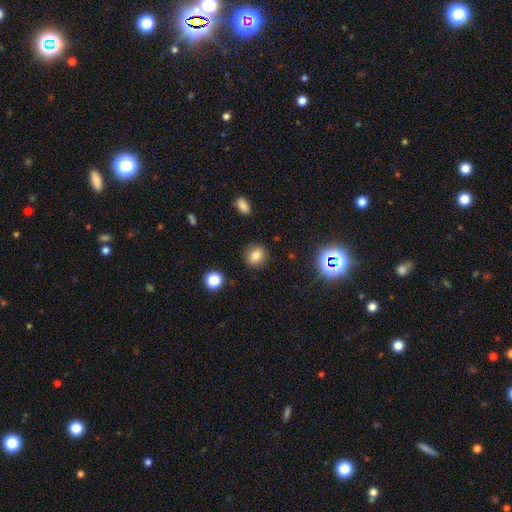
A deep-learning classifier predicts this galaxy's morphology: Smooth or featured? smooth (79%)
How rounded? round (72%)
Merging? none (88%)